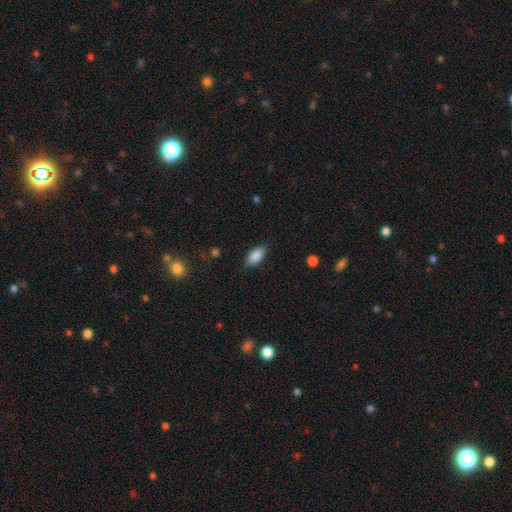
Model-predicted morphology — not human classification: A smooth galaxy with no disk features (84%) that is in between round and cigar-shaped (88%).

Vote fractions:
- Smooth or featured? smooth: 84% / featured or disk: 9% / star or artifact: 7%
- How rounded? in between: 88% / cigar-shaped: 8% / round: 3%
- Merging? none: 80% / minor disturbance: 16% / major disturbance: 4% / merger: 1%